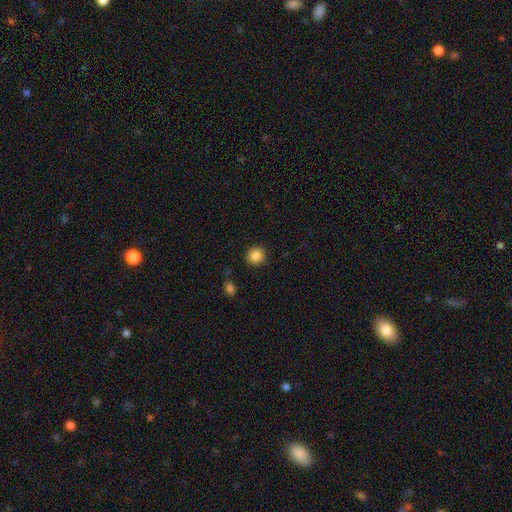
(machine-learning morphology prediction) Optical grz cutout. It shows a smooth galaxy with no disk features (86%) that is round (92%). Merging: none (90%).